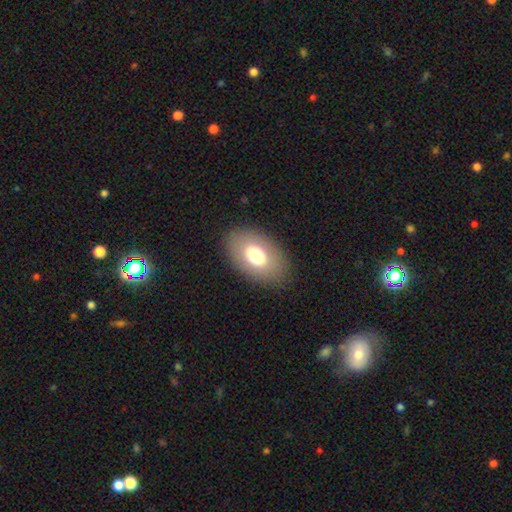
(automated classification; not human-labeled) Overall: smooth (70%). How rounded: in between (89%). Merging: none (86%).